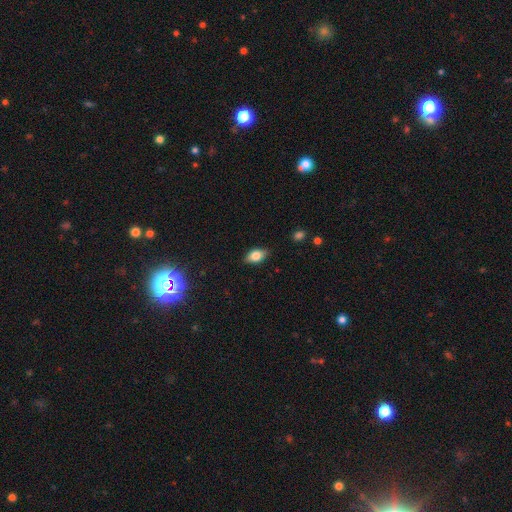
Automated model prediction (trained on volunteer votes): Q: Smooth or featured?
A: smooth (77%); runner-up: featured or disk (14%)
Q: How rounded?
A: in between (88%); runner-up: round (8%)
Q: Merging?
A: none (84%); runner-up: minor disturbance (13%)